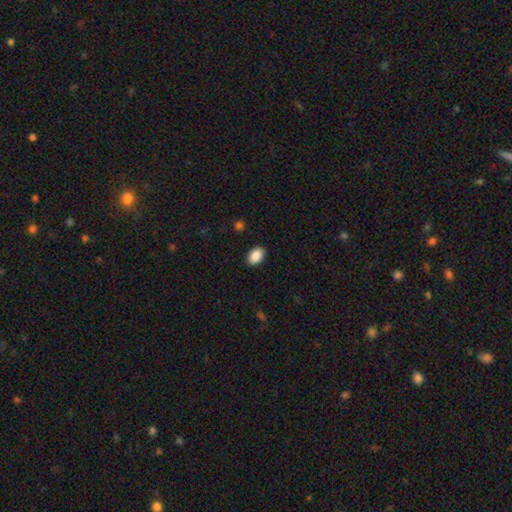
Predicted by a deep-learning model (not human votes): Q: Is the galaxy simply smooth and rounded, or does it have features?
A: smooth — 90%.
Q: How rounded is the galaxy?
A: in between — 87%.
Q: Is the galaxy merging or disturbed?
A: none — 89%.